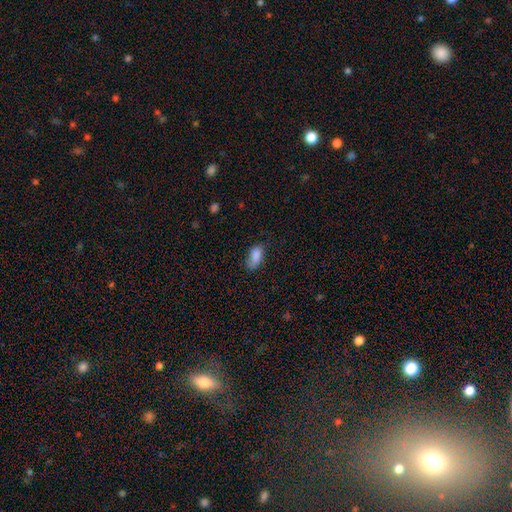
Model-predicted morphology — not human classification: The model was most divided on "merging": none: 62%, minor disturbance: 28%, major disturbance: 8%, merger: 2%. More confident: how rounded — in between (91%); smooth or featured — smooth (86%).